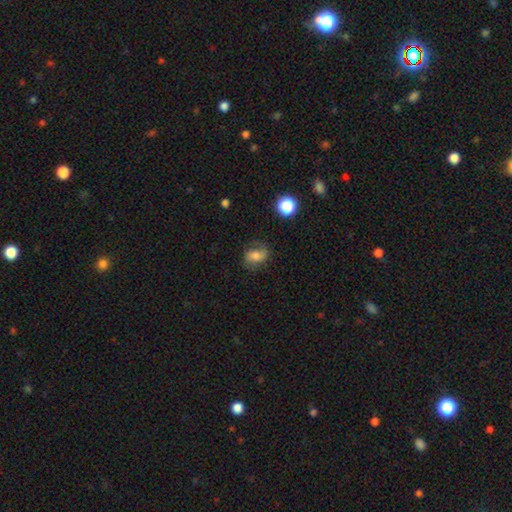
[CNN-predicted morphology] This is likely a smooth galaxy (60%). How rounded: likely in between (67%). Merging: possibly none (60%).